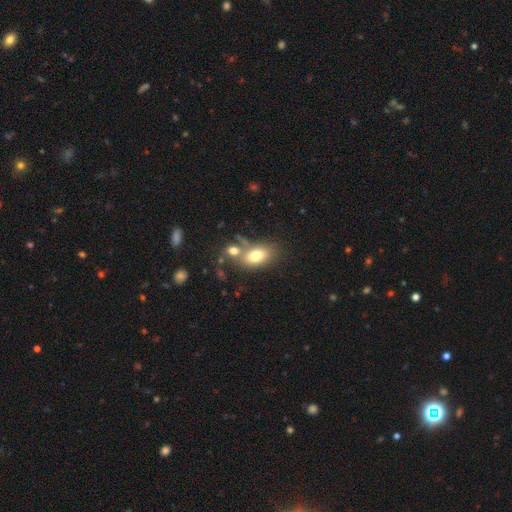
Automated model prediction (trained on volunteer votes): This appears to be a smooth galaxy with no disk features (76%) that is in between round and cigar-shaped (88%). Merging: none (44%).